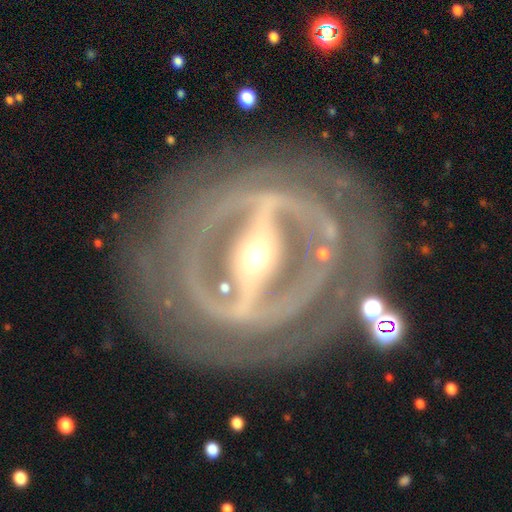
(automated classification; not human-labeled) This is clearly a featured or disk galaxy (90%). It is clearly not viewed edge-on (93%). Bar: clearly strong (82%). Spiral arm pattern: clearly yes (83%). Spiral arm count: possibly 2 (48%). Spiral winding: likely tight (63%). Central bulge: possibly small (49%). Merging: likely none (70%).